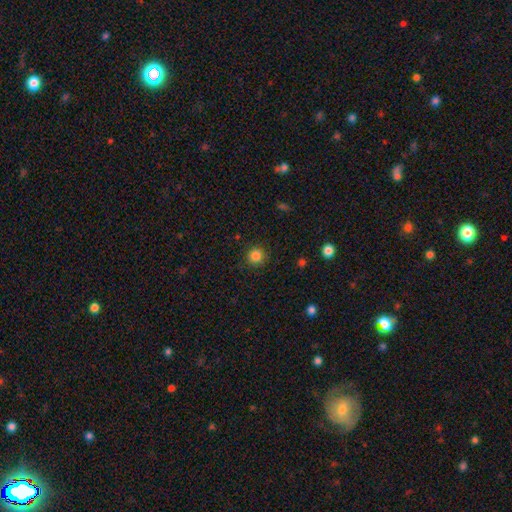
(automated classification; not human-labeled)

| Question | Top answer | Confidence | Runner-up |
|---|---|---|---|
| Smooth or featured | smooth | 84% | star or artifact (12%) |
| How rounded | round | 93% | in between (6%) |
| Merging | none | 89% | minor disturbance (7%) |